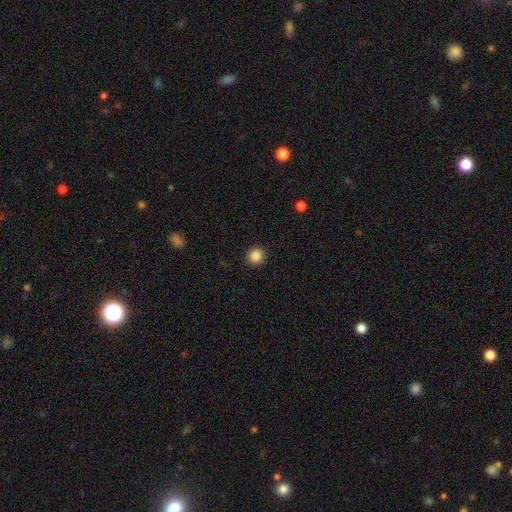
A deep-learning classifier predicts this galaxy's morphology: Smooth or featured? smooth (87%)
How rounded? round (89%)
Merging? none (91%)